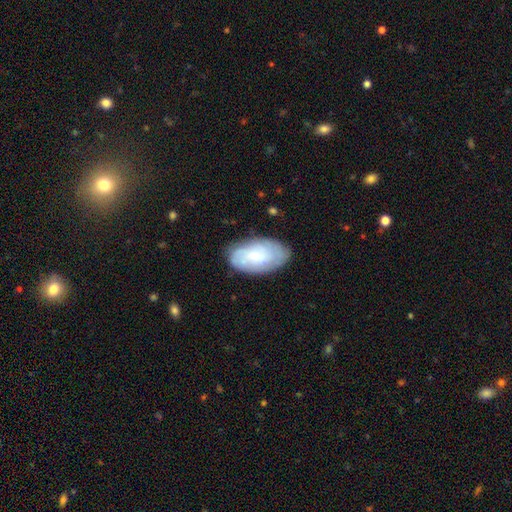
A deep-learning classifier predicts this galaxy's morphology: Q: Smooth or featured?
A: smooth (52%); runner-up: featured or disk (41%)
Q: How rounded?
A: in between (94%); runner-up: round (4%)
Q: Merging?
A: none (77%); runner-up: minor disturbance (18%)